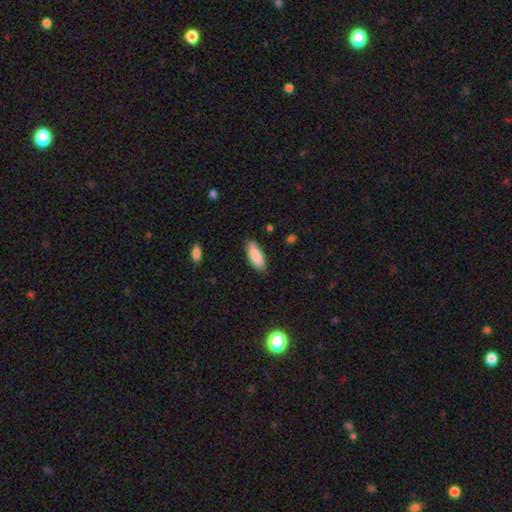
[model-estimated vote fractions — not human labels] smooth_or_featured: smooth (p=0.87) [alt: featured or disk p=0.07]
how_rounded: in between (p=0.75) [alt: cigar-shaped p=0.23]
merging: none (p=0.82) [alt: minor disturbance p=0.14]